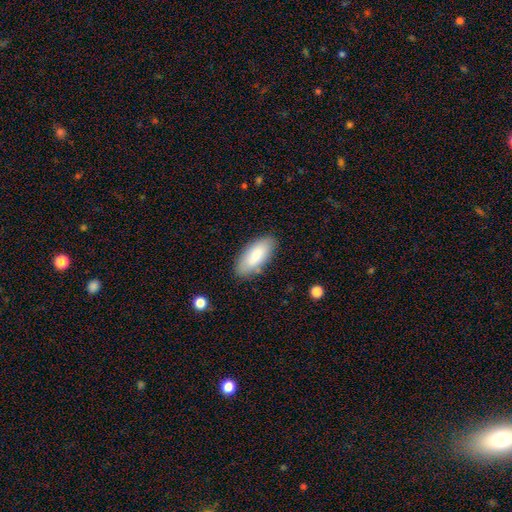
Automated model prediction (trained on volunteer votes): Smooth or featured? Predicted: smooth (p=0.81). How rounded? Predicted: in between (p=0.87). Merging? Predicted: none (p=0.84).